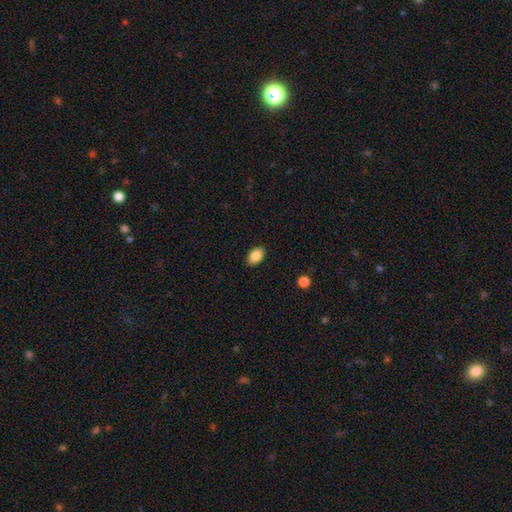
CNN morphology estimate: The model was most divided on "smooth or featured": smooth: 86%, star or artifact: 8%, featured or disk: 6%. More confident: how rounded — in between (89%); merging — none (88%).